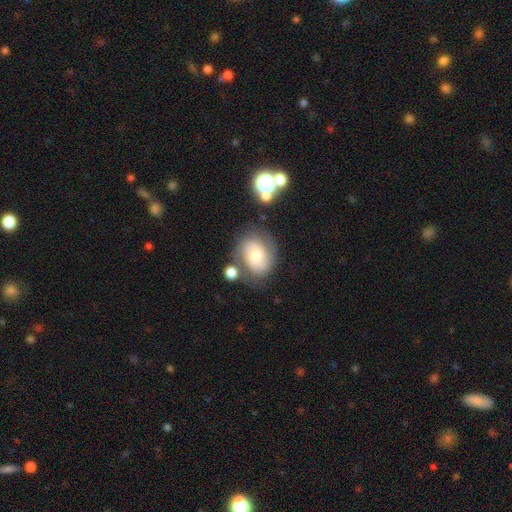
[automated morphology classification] A featured or disk galaxy (46%).

Vote fractions:
- Smooth or featured? featured or disk: 46% / smooth: 44% / star or artifact: 10%
- Merging? none: 61% / minor disturbance: 19% / merger: 11% / major disturbance: 9%